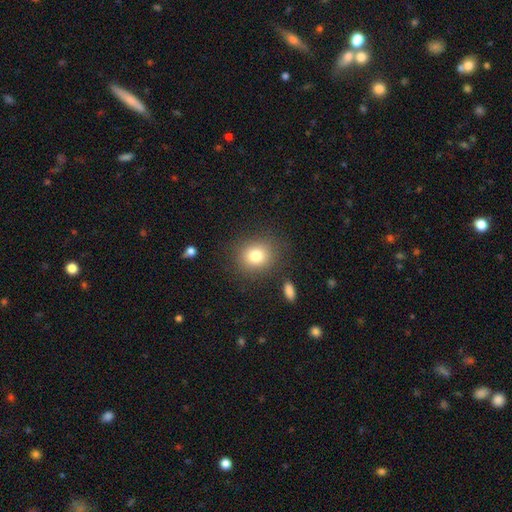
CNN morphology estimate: Overall: smooth (80%). How rounded: round (75%). Merging: none (84%).